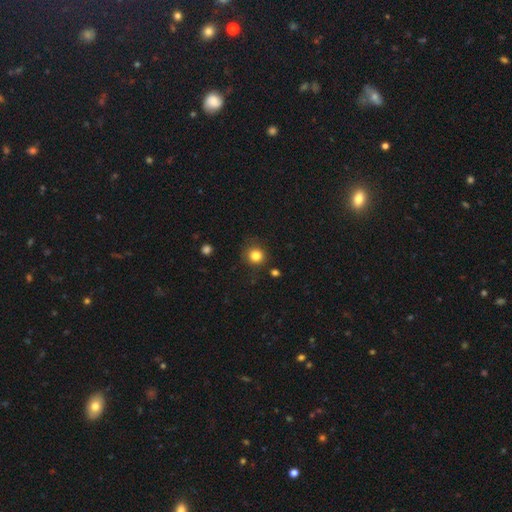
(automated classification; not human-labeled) This is clearly a smooth galaxy (82%). How rounded: clearly round (90%). Merging: clearly none (83%).